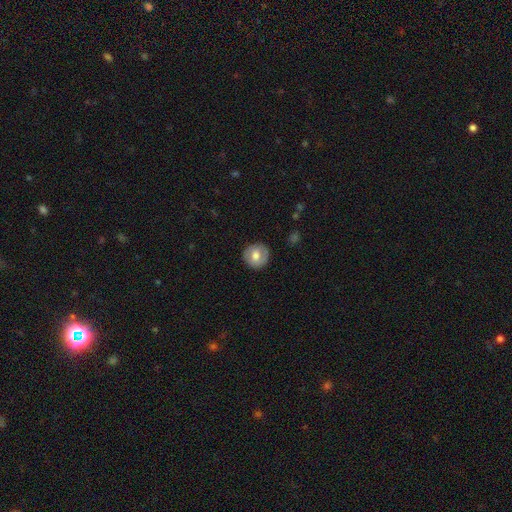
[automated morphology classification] Q: Smooth or featured?
A: smooth (63%); runner-up: featured or disk (29%)
Q: How rounded?
A: round (89%); runner-up: in between (10%)
Q: Merging?
A: none (88%); runner-up: minor disturbance (9%)